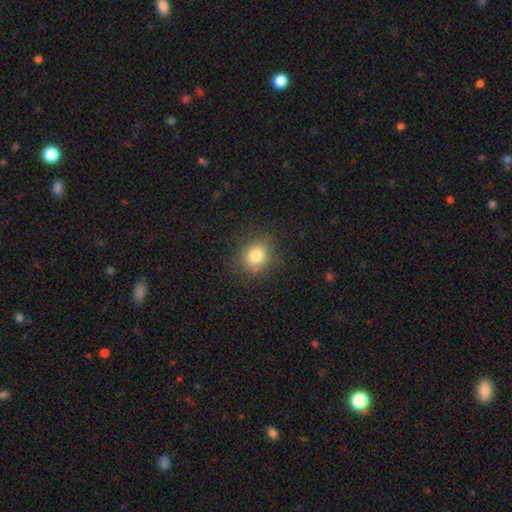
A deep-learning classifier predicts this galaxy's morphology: A smooth galaxy with no disk features (80%) that is round (74%).

Vote fractions:
- Smooth or featured? smooth: 80% / star or artifact: 13% / featured or disk: 8%
- How rounded? round: 74% / in between: 26% / cigar-shaped: 1%
- Merging? none: 84% / minor disturbance: 11% / major disturbance: 4% / merger: 1%